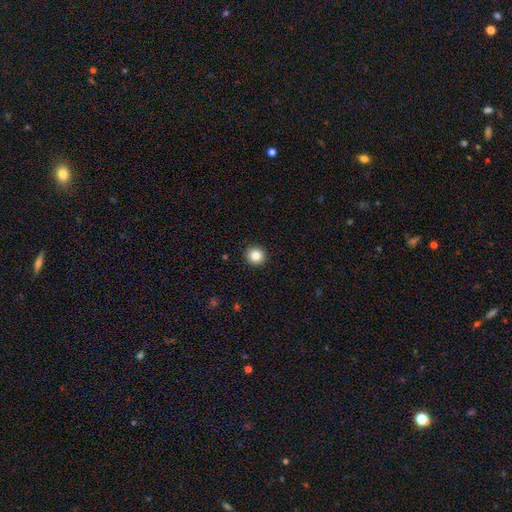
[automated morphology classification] This appears to be a smooth galaxy with no disk features (85%) that is round (94%). Merging: none (93%).